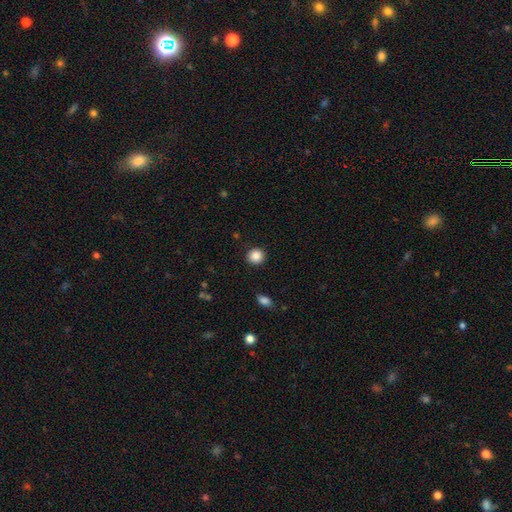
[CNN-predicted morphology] smooth-or-featured: smooth: 87% | star or artifact: 9% | featured or disk: 4%
  how-rounded: round: 91% | in between: 8% | cigar-shaped: 1%
  merging: none: 91% | minor disturbance: 5% | major disturbance: 2% | merger: 1%